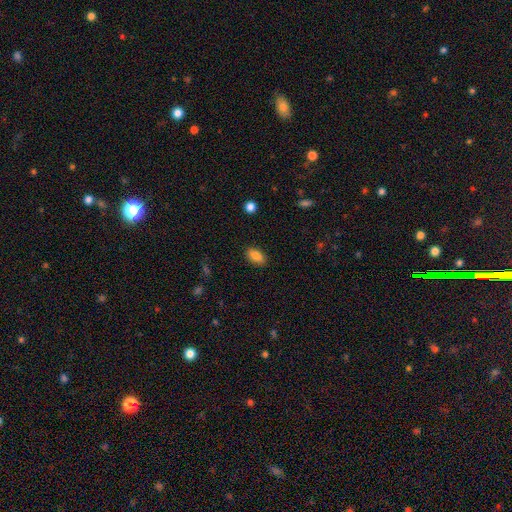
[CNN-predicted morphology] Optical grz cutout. It shows a smooth galaxy with no disk features (87%) that is in between round and cigar-shaped (91%). Merging: none (87%).